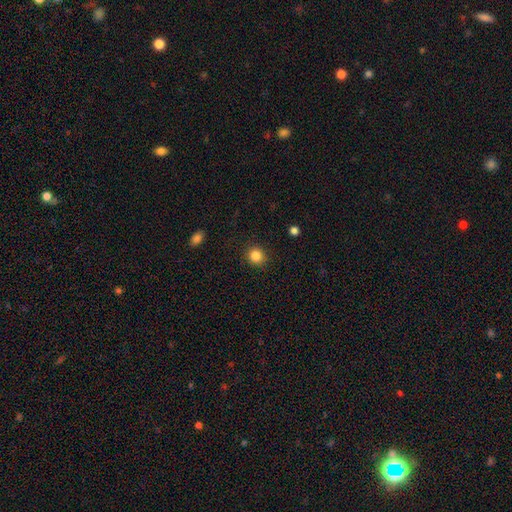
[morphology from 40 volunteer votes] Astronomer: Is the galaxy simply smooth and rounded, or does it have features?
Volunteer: smooth — 90%.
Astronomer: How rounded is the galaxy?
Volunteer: round — 97%.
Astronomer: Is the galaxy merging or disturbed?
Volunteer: none — 87%.